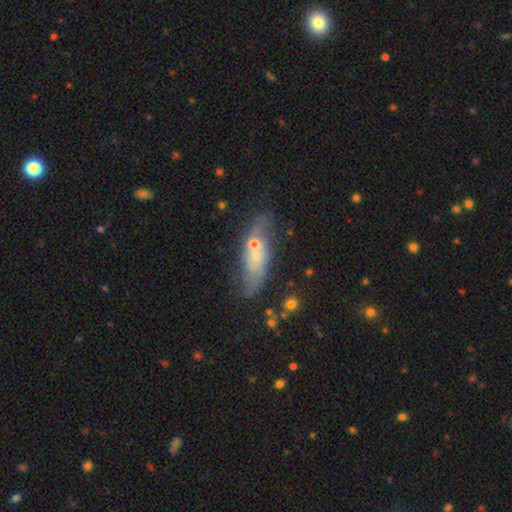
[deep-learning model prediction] Overall: featured or disk (53%; smooth 36%). Edge-on disk: no (75%). Merging: none (52%; minor disturbance 21%).